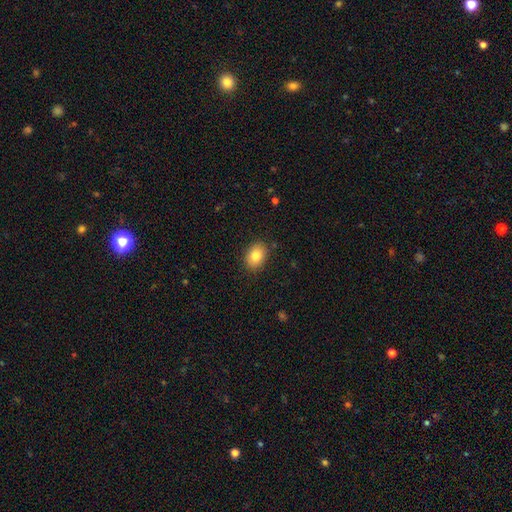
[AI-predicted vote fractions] Smooth or featured? smooth (83%)
How rounded? in between (69%)
Merging? none (87%)